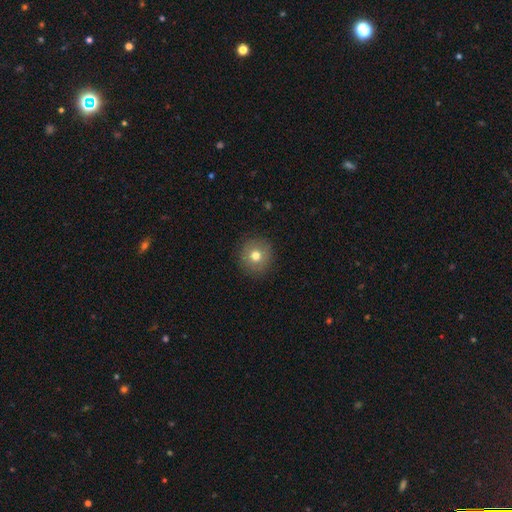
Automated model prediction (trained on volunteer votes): Smooth or featured? Predicted: smooth (p=0.74). How rounded? Predicted: round (p=0.93). Merging? Predicted: none (p=0.90).